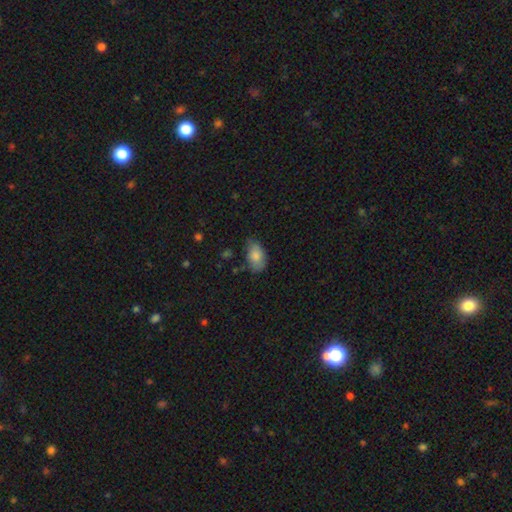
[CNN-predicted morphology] Smooth or featured: smooth — 78% (featured or disk — 15%)
How rounded: in between — 90% (round — 8%)
Merging: none — 60% (minor disturbance — 30%)